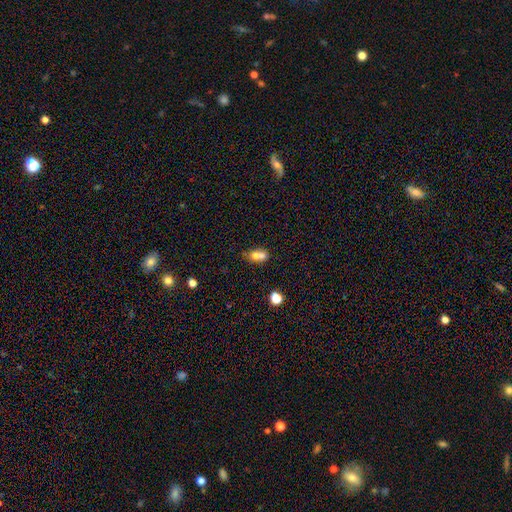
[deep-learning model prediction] Q: Smooth or featured?
A: smooth (68%); runner-up: featured or disk (20%)
Q: How rounded?
A: in between (59%); runner-up: round (37%)
Q: Merging?
A: merger (56%); runner-up: none (29%)